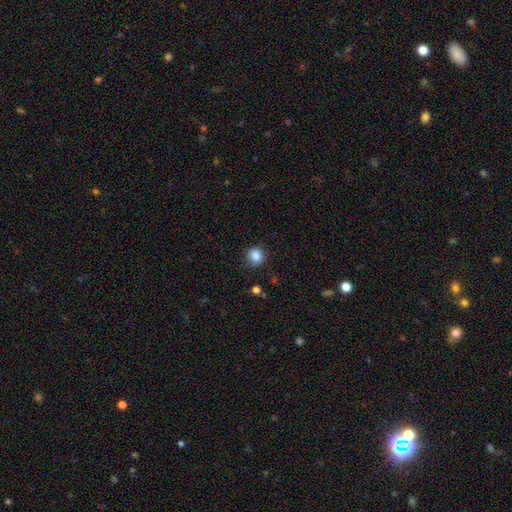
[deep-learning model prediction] Smooth or featured: smooth — 86% (star or artifact — 10%)
How rounded: round — 82% (in between — 17%)
Merging: none — 82% (minor disturbance — 13%)